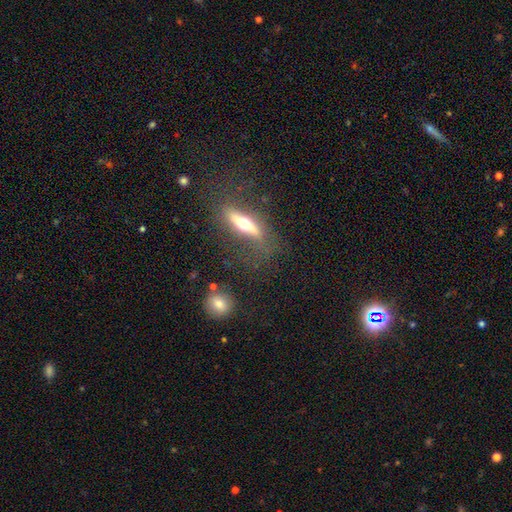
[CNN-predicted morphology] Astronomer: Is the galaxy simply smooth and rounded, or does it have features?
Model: featured or disk — 57%.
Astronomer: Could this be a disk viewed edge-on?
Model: yes — 71%.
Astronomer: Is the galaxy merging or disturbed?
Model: none — 65%.